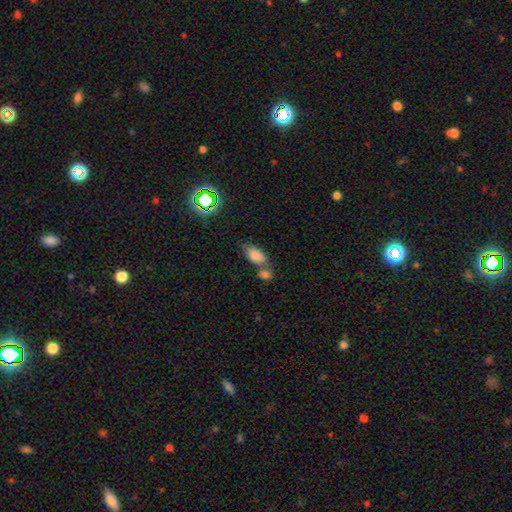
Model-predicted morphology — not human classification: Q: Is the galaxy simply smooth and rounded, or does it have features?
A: smooth — 80%.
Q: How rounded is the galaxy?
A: in between — 90%.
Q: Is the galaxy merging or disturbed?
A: merger — 42%.